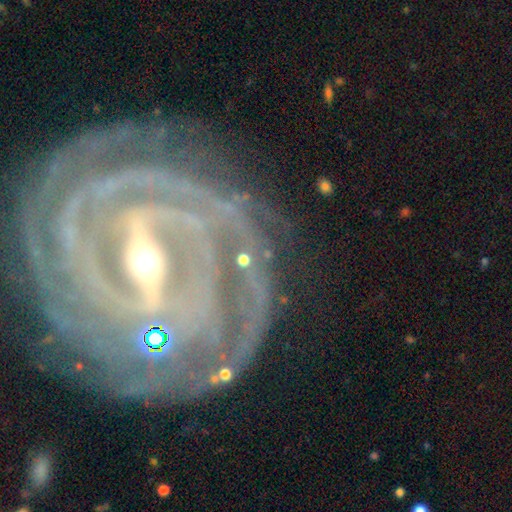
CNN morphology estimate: This is clearly a featured or disk galaxy (92%). It is clearly not viewed edge-on (95%). Bar: likely strong (73%). Spiral arm pattern: clearly yes (98%). Spiral arm count: marginally 4 (24%). Spiral winding: clearly tight (83%). Central bulge: possibly small (49%). Merging: likely none (79%).